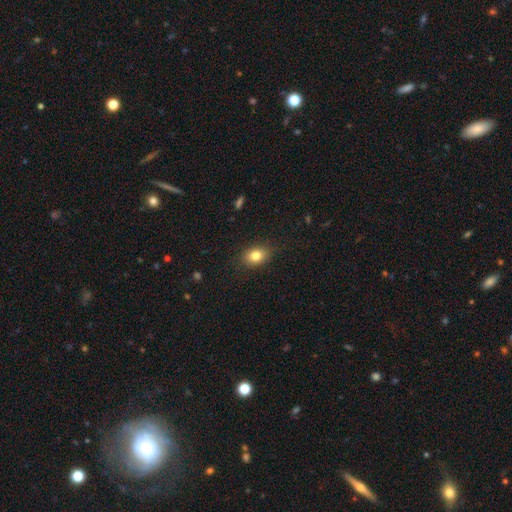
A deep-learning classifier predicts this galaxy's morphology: A smooth galaxy with no disk features (81%) that is in between round and cigar-shaped (70%).

Vote fractions:
- Smooth or featured? smooth: 81% / star or artifact: 10% / featured or disk: 9%
- How rounded? in between: 70% / round: 28% / cigar-shaped: 1%
- Merging? none: 86% / minor disturbance: 11% / major disturbance: 3% / merger: 1%